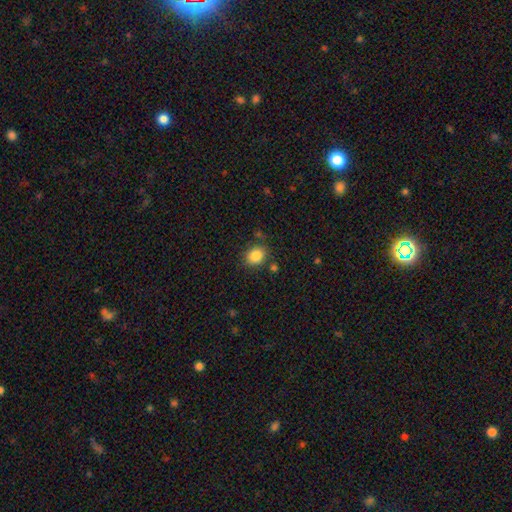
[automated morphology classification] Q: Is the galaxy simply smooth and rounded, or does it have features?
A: smooth — 85%.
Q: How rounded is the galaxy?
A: round — 54%.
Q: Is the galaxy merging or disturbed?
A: none — 82%.